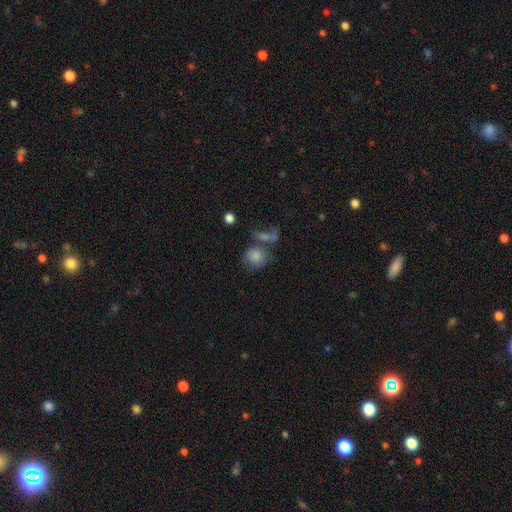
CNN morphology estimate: A smooth galaxy with no disk features (81%) that is round (75%). Merging: none (50%).